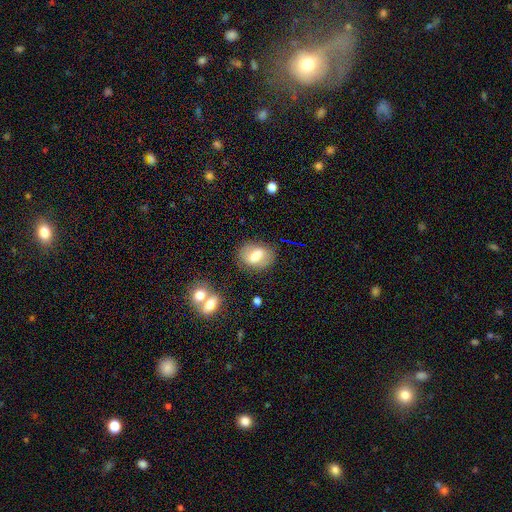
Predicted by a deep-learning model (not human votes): Smooth or featured?
  - smooth: 60% *
  - featured or disk: 32%
  - star or artifact: 8%
How rounded?
  - in between: 73% *
  - round: 25%
  - cigar-shaped: 2%
Merging?
  - none: 75% *
  - minor disturbance: 15%
  - major disturbance: 6%
  - merger: 4%